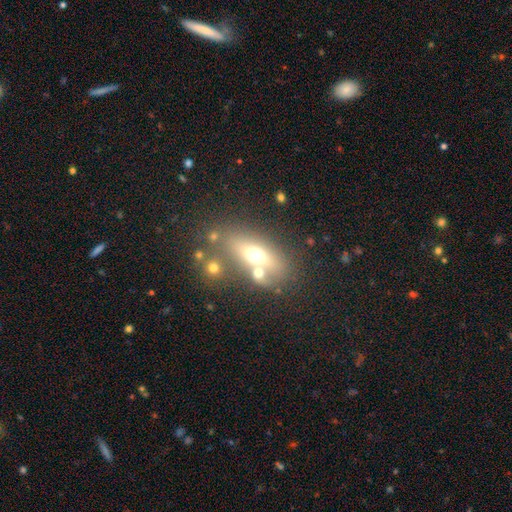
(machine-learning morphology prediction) Smooth or featured: smooth — 53% (featured or disk — 35%)
How rounded: in between — 66% (cigar-shaped — 21%)
Merging: none — 56% (merger — 25%)